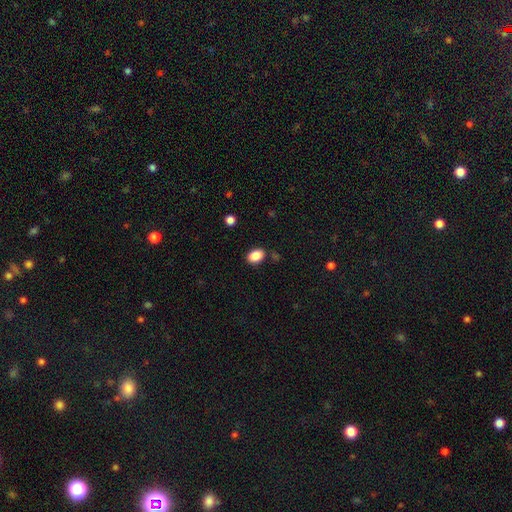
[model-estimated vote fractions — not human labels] smooth_or_featured: smooth (p=0.88) [alt: star or artifact p=0.08]
how_rounded: in between (p=0.83) [alt: round p=0.16]
merging: none (p=0.82) [alt: minor disturbance p=0.12]